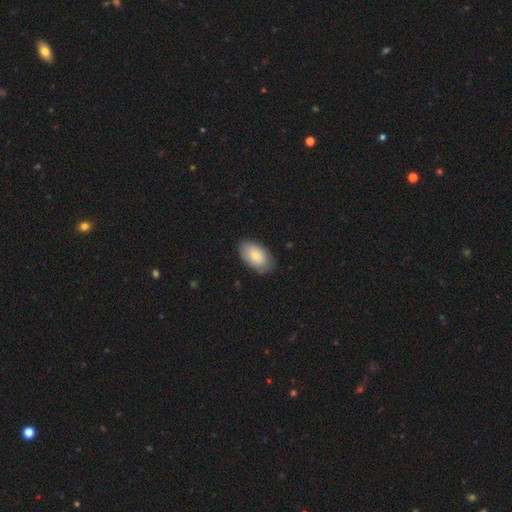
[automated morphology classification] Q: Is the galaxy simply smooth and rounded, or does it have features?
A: smooth — 81%.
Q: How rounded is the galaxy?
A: in between — 93%.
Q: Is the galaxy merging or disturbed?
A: none — 80%.